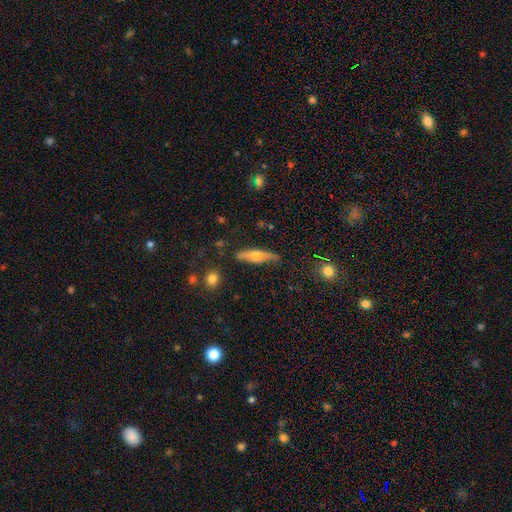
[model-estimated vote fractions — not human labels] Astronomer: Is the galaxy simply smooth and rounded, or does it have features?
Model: smooth — 47% (runner-up: featured or disk, 46%).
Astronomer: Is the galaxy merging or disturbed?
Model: none — 74%.